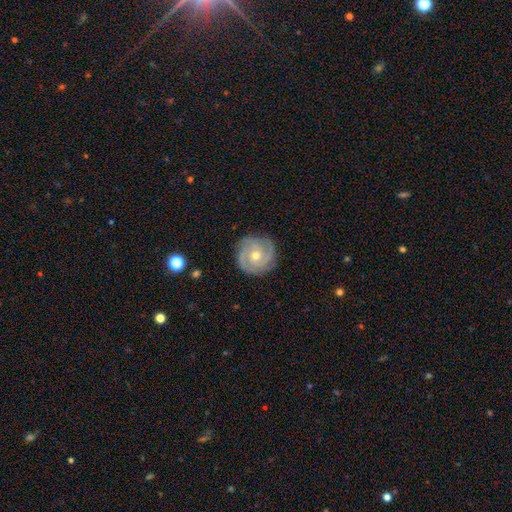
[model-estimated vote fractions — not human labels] featured or disk 85%, smooth 9%, star or artifact 6%. Down the decision tree: edge-on disk — no (98%); bar — no (72%); spiral arms — yes (97%); spiral arm count — 3 (51%); spiral winding — tight (69%); bulge size — moderate (58%); merging — none (84%).